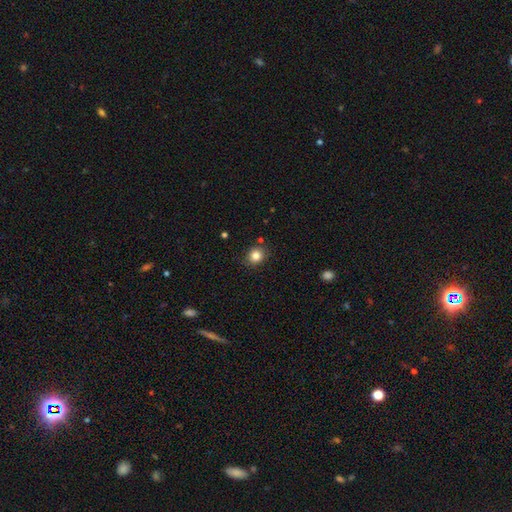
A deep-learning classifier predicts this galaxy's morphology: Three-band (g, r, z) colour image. It shows a smooth galaxy with no disk features (83%) that is round (76%). Merging: none (83%).